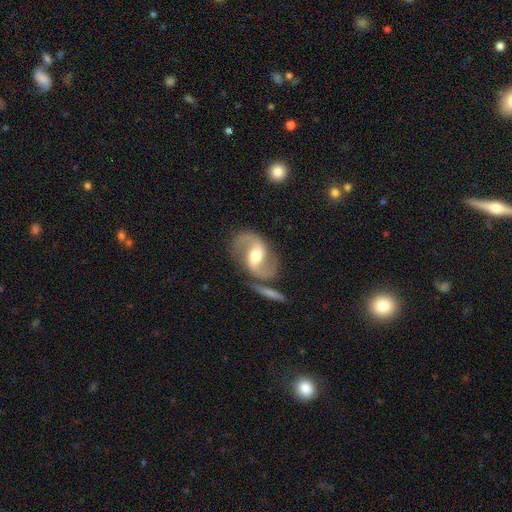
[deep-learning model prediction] The model was most divided on "spiral winding": loose: 50%, medium: 41%, tight: 9%. Remaining: edge-on disk — no (97%); spiral arms — yes (95%); spiral arm count — 2 (93%); smooth or featured — featured or disk (86%); merging — none (70%); bulge size — moderate (70%); bar — weak (43%).